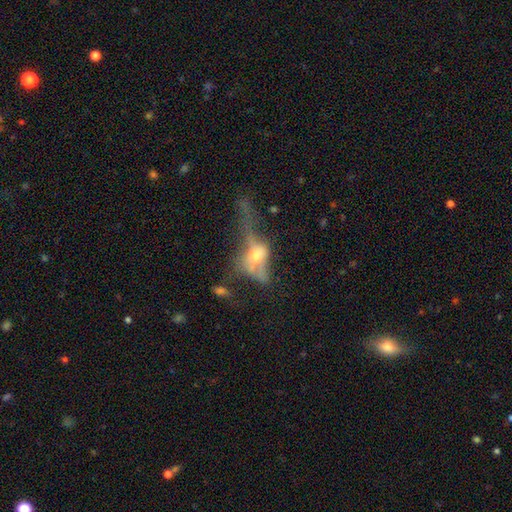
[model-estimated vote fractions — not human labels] Smooth or featured: featured or disk — 53% (smooth — 34%)
Edge-on disk: no — 59% (yes — 41%)
Merging: major disturbance — 52% (none — 18%)